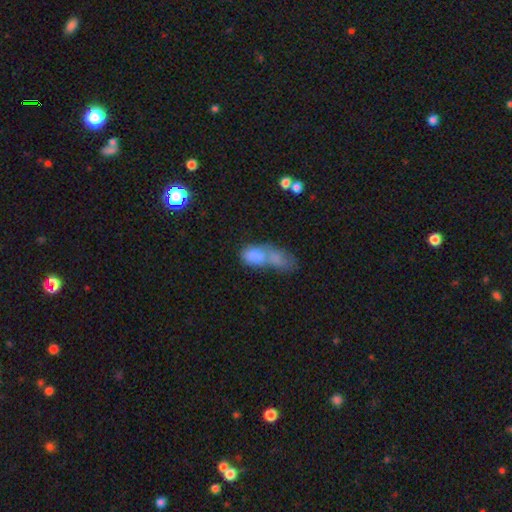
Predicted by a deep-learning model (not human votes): smooth 77%, featured or disk 15%, star or artifact 8%. Down the decision tree: how rounded — in between (83%); merging — merger (65%).